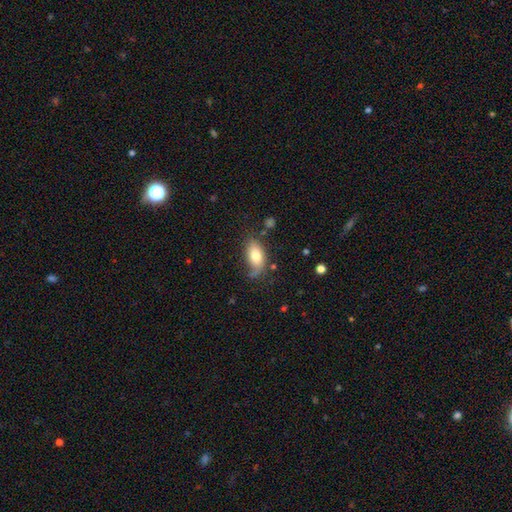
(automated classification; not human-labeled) Q: Smooth or featured?
A: smooth (75%); runner-up: featured or disk (18%)
Q: How rounded?
A: in between (90%); runner-up: round (5%)
Q: Merging?
A: none (57%); runner-up: minor disturbance (26%)